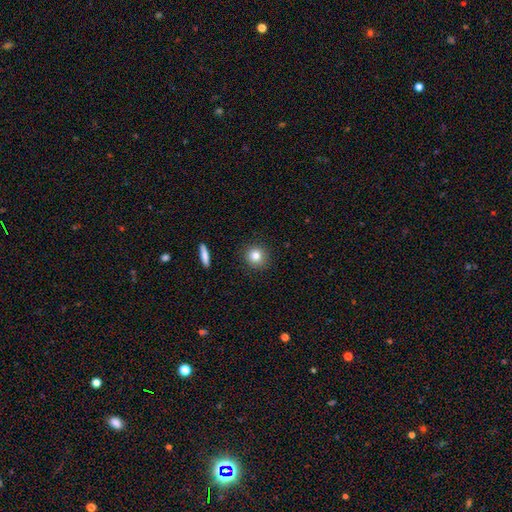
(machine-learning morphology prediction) A smooth galaxy with no disk features (81%) that is round (91%).

Vote fractions:
- Smooth or featured? smooth: 81% / star or artifact: 11% / featured or disk: 8%
- How rounded? round: 91% / in between: 7% / cigar-shaped: 1%
- Merging? none: 90% / minor disturbance: 6% / major disturbance: 2% / merger: 1%